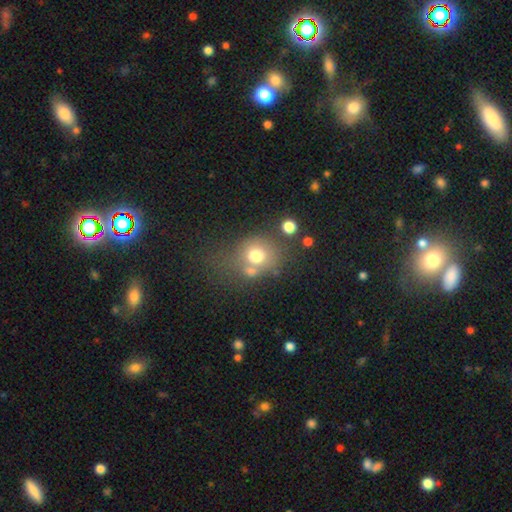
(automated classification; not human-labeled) smooth 70%, featured or disk 17%, star or artifact 13%. Down the decision tree: how rounded — round (68%); merging — none (45%).